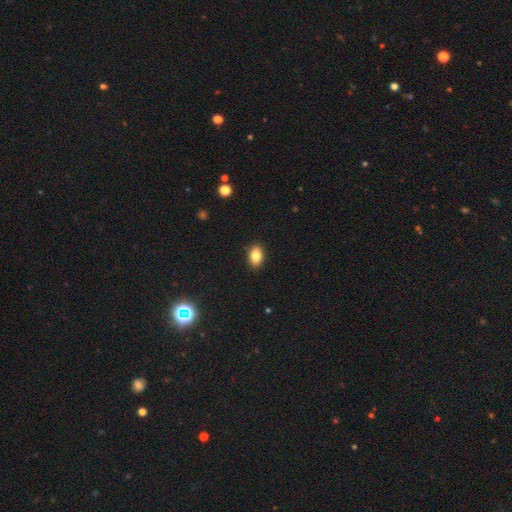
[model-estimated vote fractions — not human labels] smooth 82%, featured or disk 9%, star or artifact 9%. Down the decision tree: how rounded — in between (87%); merging — none (89%).